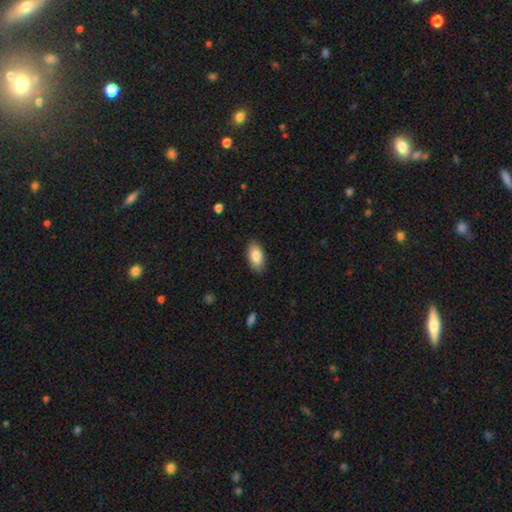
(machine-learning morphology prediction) A smooth galaxy with no disk features (85%) that is in between round and cigar-shaped (93%).

Vote fractions:
- Smooth or featured? smooth: 85% / featured or disk: 8% / star or artifact: 6%
- How rounded? in between: 93% / cigar-shaped: 4% / round: 3%
- Merging? none: 86% / minor disturbance: 11% / major disturbance: 2% / merger: 1%